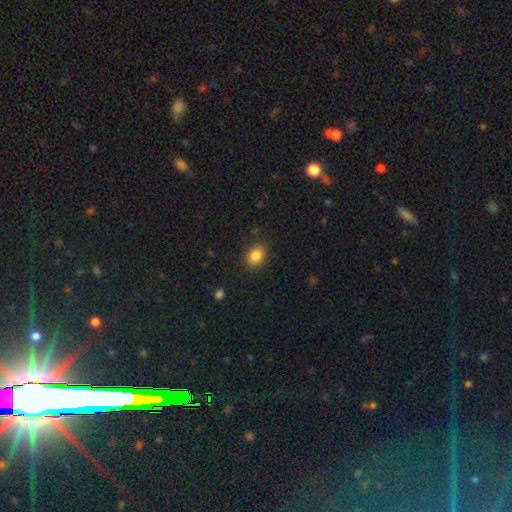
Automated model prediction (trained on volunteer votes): Smooth or featured: smooth — 86% (star or artifact — 9%)
How rounded: in between — 59% (round — 40%)
Merging: none — 85% (minor disturbance — 11%)